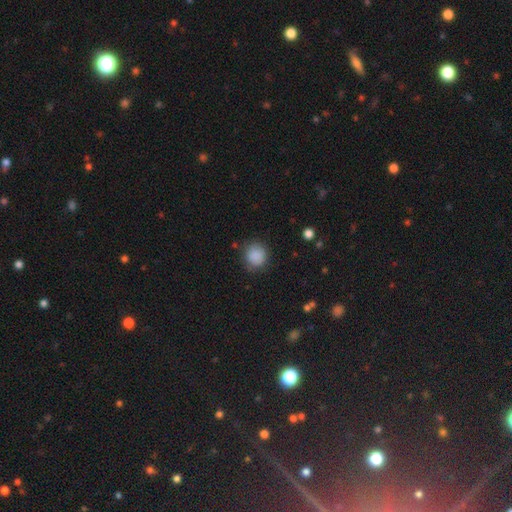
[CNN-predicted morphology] type=smooth (87%); roundness=round (87%); merging=none (81%).